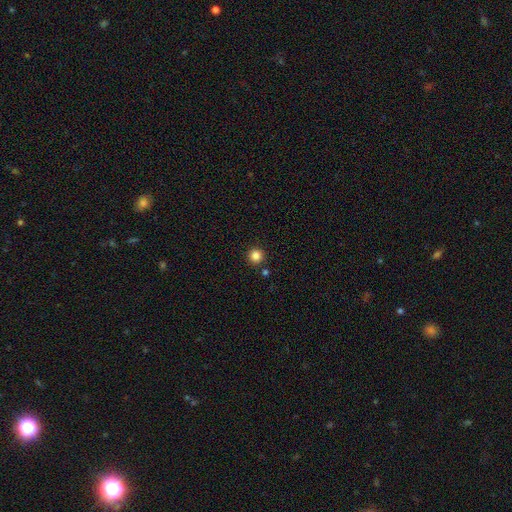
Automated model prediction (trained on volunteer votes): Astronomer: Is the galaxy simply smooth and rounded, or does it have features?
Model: smooth — 85%.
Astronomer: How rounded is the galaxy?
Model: round — 96%.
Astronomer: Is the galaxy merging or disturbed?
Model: none — 89%.